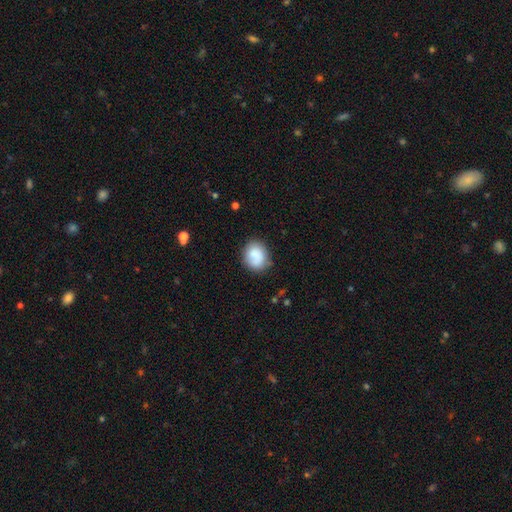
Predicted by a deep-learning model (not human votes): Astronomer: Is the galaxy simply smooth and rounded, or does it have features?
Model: smooth — 84%.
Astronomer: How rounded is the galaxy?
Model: round — 64%.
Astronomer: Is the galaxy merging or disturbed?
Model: none — 72%.